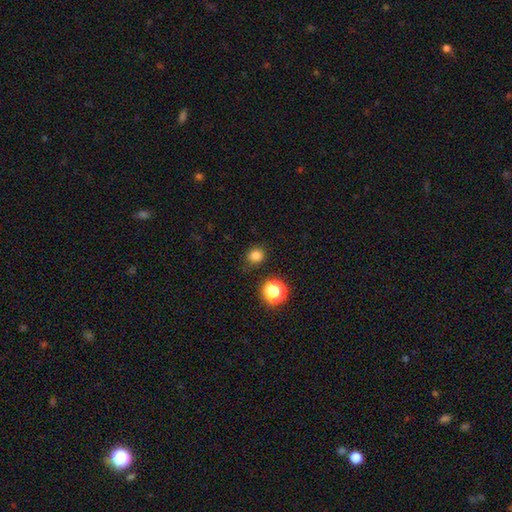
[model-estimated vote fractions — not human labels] A smooth galaxy with no disk features (81%) that is round (81%).

Vote fractions:
- Smooth or featured? smooth: 81% / star or artifact: 16% / featured or disk: 4%
- How rounded? round: 81% / in between: 18% / cigar-shaped: 1%
- Merging? none: 83% / minor disturbance: 11% / major disturbance: 3% / merger: 2%